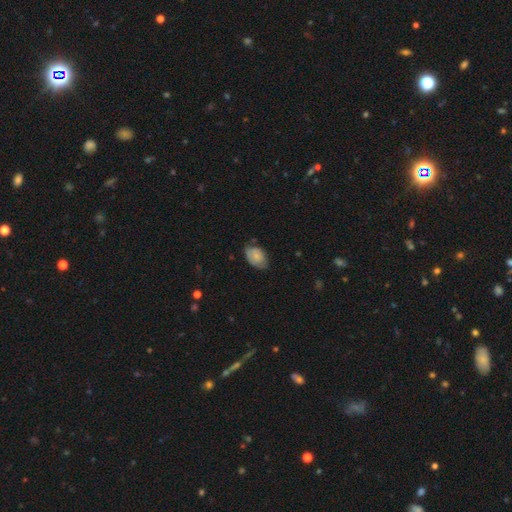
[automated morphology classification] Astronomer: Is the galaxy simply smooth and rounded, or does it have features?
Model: smooth — 71%.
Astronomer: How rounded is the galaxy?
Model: in between — 87%.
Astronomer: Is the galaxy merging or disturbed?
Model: none — 56% (runner-up: minor disturbance, 34%).